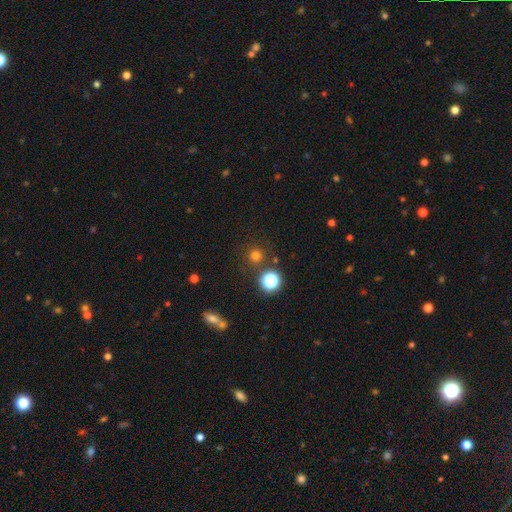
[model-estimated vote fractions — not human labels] This appears to be a smooth galaxy with no disk features (72%) that is round (95%). Merging: none (86%).